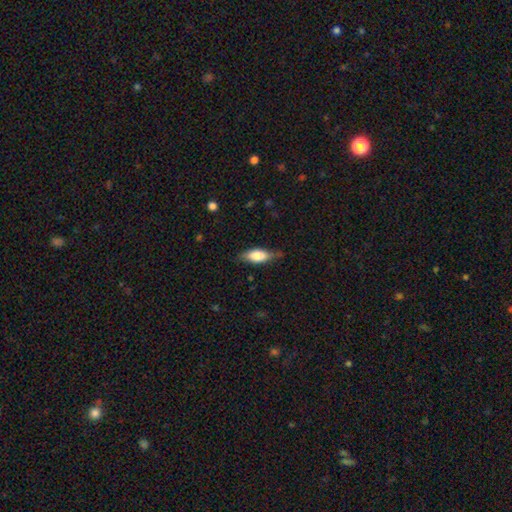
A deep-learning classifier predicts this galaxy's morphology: This appears to be a smooth galaxy with no disk features (73%) that is in between round and cigar-shaped (79%). Merging: none (70%).